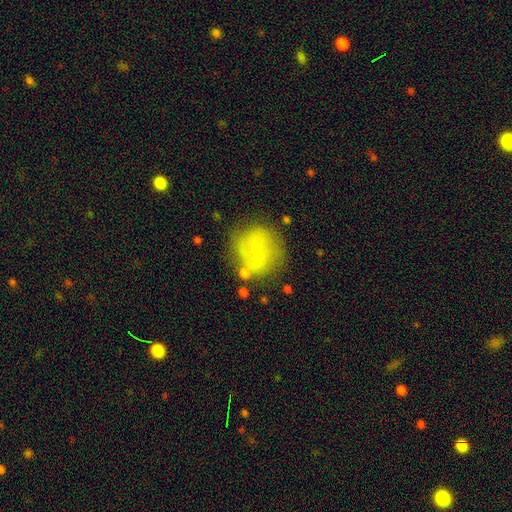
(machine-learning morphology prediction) smooth_or_featured: featured or disk (p=0.45) [alt: smooth p=0.41]
merging: none (p=0.76) [alt: minor disturbance p=0.15]